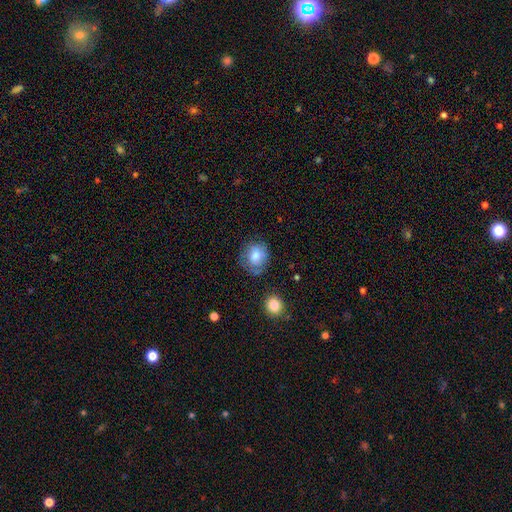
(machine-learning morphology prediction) A smooth galaxy with no disk features (77%) that is round (72%).

Vote fractions:
- Smooth or featured? smooth: 77% / featured or disk: 14% / star or artifact: 9%
- How rounded? round: 72% / in between: 27% / cigar-shaped: 1%
- Merging? none: 65% / minor disturbance: 24% / major disturbance: 8% / merger: 4%